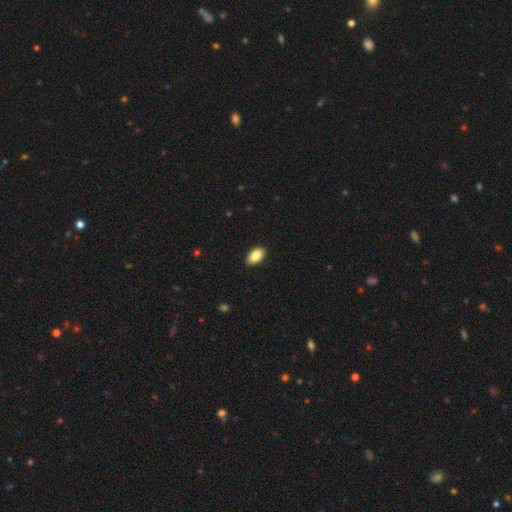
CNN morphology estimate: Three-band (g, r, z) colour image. It shows a smooth galaxy with no disk features (87%) that is in between round and cigar-shaped (94%). Merging: none (90%).